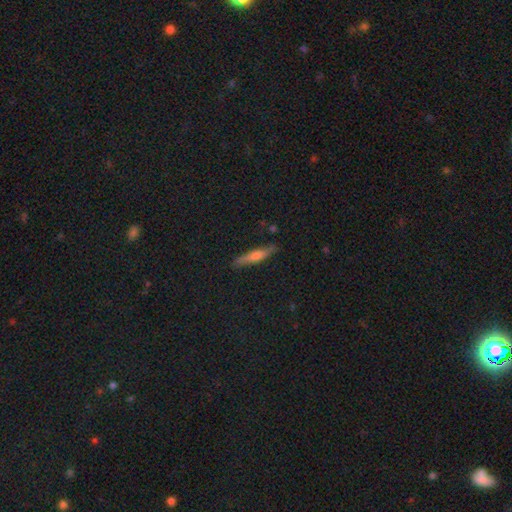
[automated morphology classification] Smooth or featured? Predicted: featured or disk (p=0.47). Merging? Predicted: none (p=0.85).